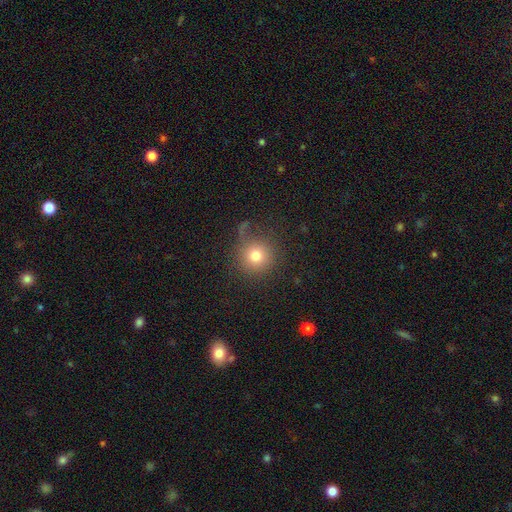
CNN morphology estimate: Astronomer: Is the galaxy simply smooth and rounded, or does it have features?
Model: smooth — 76%.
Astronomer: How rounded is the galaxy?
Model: round — 94%.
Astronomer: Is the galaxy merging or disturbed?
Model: none — 76%.